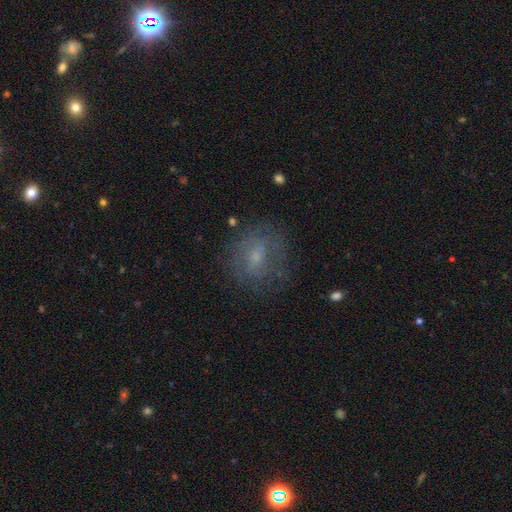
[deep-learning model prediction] This is possibly a smooth galaxy (47%). Merging: likely none (68%).